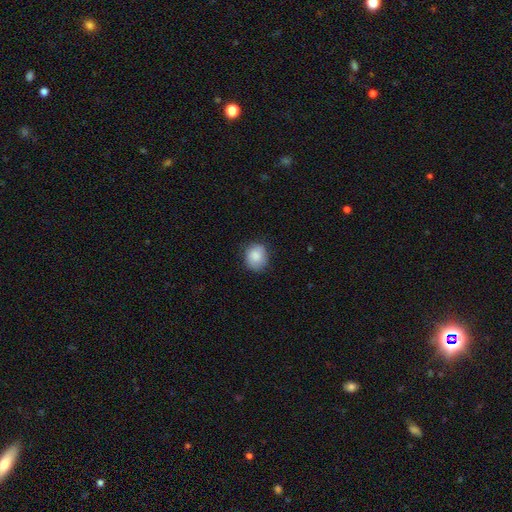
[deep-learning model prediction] A smooth galaxy with no disk features (86%) that is round (67%).

Vote fractions:
- Smooth or featured? smooth: 86% / star or artifact: 7% / featured or disk: 7%
- How rounded? round: 67% / in between: 33% / cigar-shaped: 1%
- Merging? none: 77% / minor disturbance: 18% / major disturbance: 4% / merger: 1%